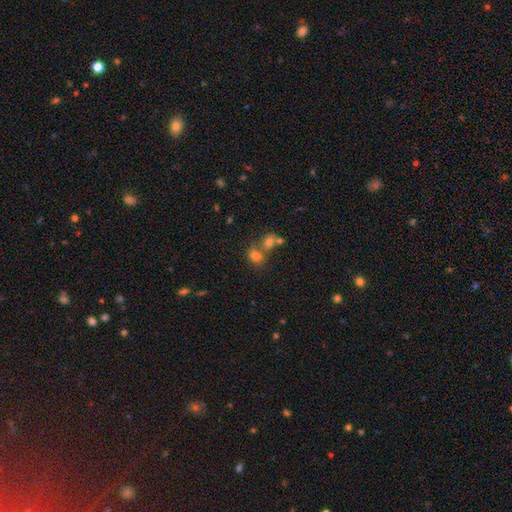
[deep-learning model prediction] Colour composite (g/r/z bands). It shows a smooth galaxy with no disk features (73%) that is in between round and cigar-shaped (51%). Merging: merger (49%).